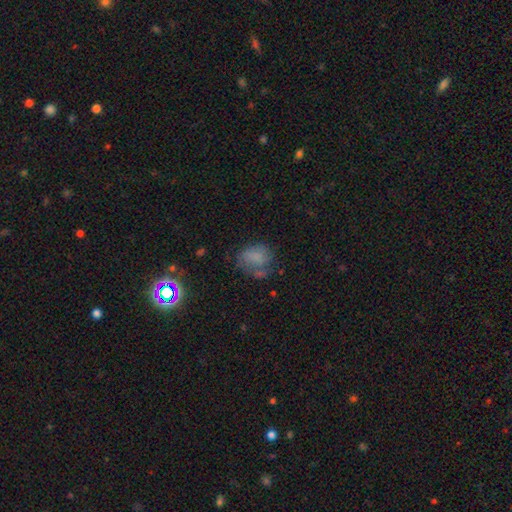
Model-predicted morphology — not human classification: A smooth galaxy with no disk features (59%) that is in between round and cigar-shaped (53%).

Vote fractions:
- Smooth or featured? smooth: 59% / featured or disk: 23% / star or artifact: 18%
- How rounded? in between: 53% / round: 45% / cigar-shaped: 1%
- Merging? none: 45% / minor disturbance: 27% / major disturbance: 22% / merger: 6%